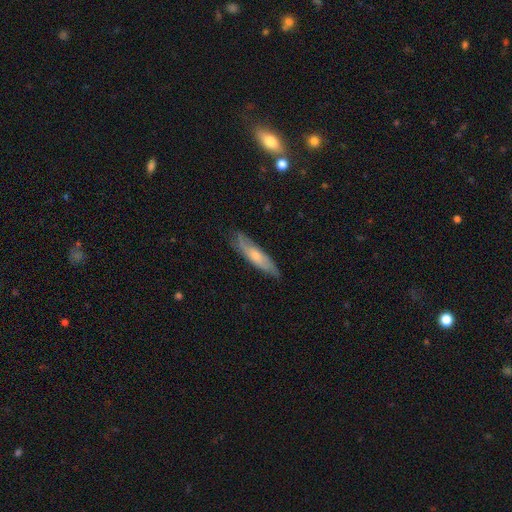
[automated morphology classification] Smooth or featured? smooth (51%)
How rounded? cigar-shaped (75%)
Merging? none (74%)